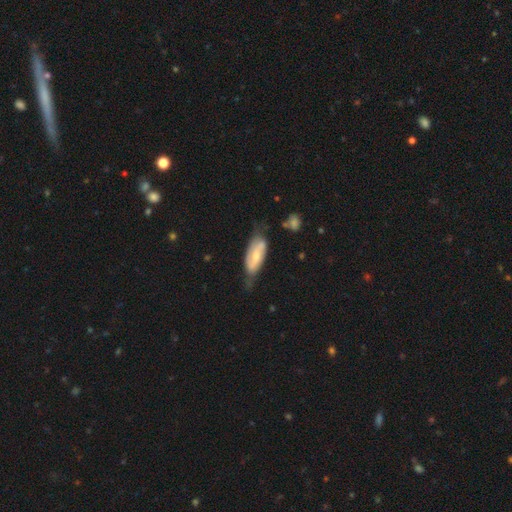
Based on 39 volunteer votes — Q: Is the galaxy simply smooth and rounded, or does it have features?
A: featured or disk — 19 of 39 (49%).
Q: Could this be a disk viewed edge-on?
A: no — 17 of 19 (89%).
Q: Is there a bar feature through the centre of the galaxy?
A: no — 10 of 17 (59%).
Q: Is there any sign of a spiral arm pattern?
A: yes — 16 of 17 (94%).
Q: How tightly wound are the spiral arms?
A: medium — 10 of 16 (62%).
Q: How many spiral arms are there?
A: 2 — 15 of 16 (94%).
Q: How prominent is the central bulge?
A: moderate — 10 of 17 (59%).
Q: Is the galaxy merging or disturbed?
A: none — 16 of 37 (43%).